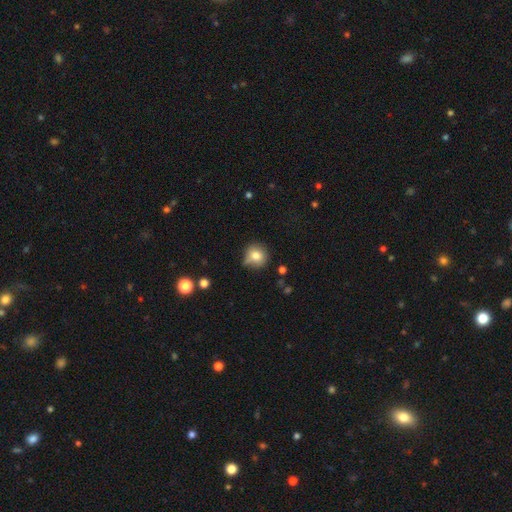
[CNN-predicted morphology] Q: Smooth or featured?
A: smooth (78%); runner-up: star or artifact (11%)
Q: How rounded?
A: round (89%); runner-up: in between (10%)
Q: Merging?
A: none (66%); runner-up: minor disturbance (23%)